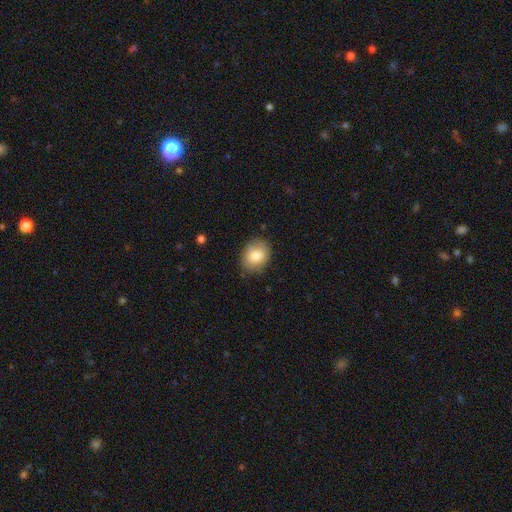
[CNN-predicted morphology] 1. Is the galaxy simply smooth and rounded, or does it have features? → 81% smooth, 11% featured or disk, 7% star or artifact.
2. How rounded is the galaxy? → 55% in between, 44% round, 1% cigar-shaped.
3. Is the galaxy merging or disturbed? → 82% none, 14% minor disturbance, 3% major disturbance, 1% merger.